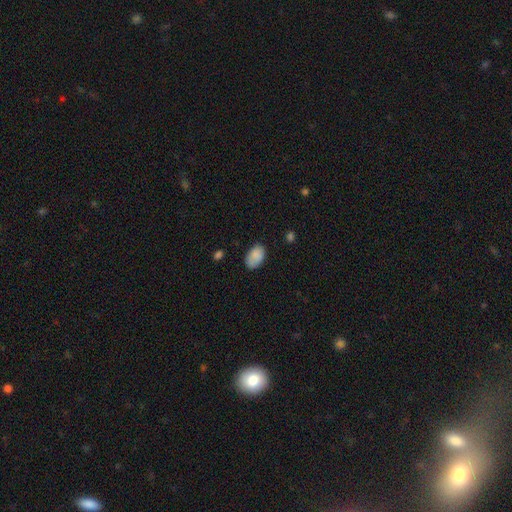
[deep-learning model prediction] Smooth or featured?
  - smooth: 85% *
  - star or artifact: 8%
  - featured or disk: 7%
How rounded?
  - in between: 90% *
  - round: 9%
  - cigar-shaped: 1%
Merging?
  - none: 73% *
  - minor disturbance: 20%
  - major disturbance: 5%
  - merger: 2%